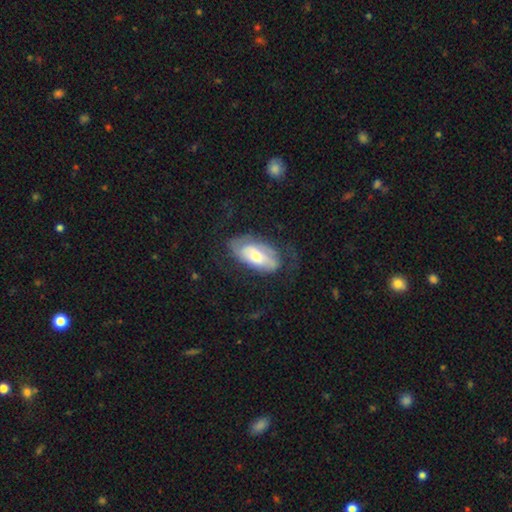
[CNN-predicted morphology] This appears to be a featured or disk galaxy (60%) with no bar (58%), spiral arms (74%) and a moderate central bulge (62%). Merging: none (56%).